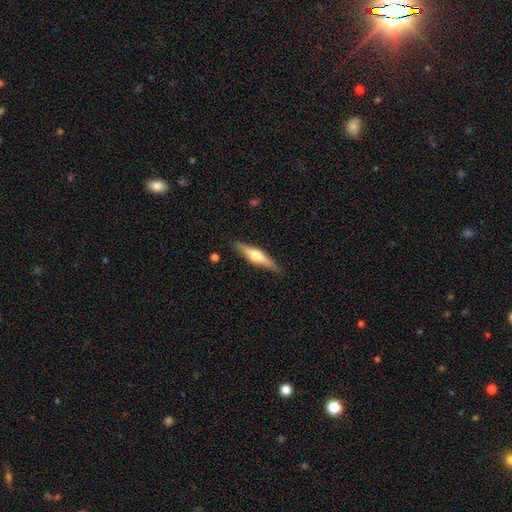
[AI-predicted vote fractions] Smooth or featured? Predicted: featured or disk (p=0.62). Edge-on disk? Predicted: yes (p=0.96). Edge-on bulge? Predicted: rounded (p=0.92). Merging? Predicted: none (p=0.89).